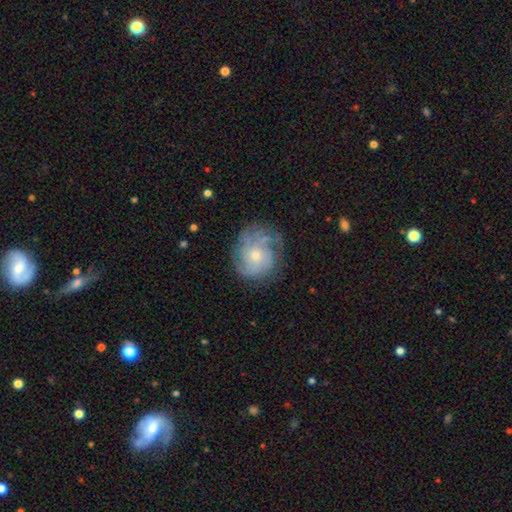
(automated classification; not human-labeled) featured or disk 69%, smooth 23%, star or artifact 8%. Down the decision tree: edge-on disk — no (98%); bar — no (82%); spiral arms — yes (86%); spiral arm count — can't tell (44%); spiral winding — tight (57%); bulge size — small (48%); merging — none (68%).